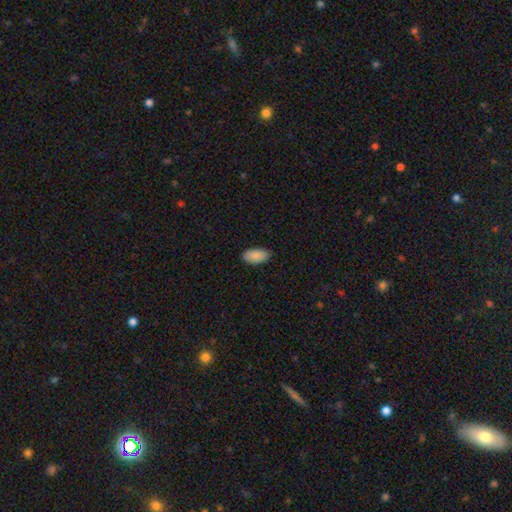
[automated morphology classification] smooth_or_featured: smooth (p=0.90) [alt: star or artifact p=0.06]
how_rounded: in between (p=0.95) [alt: cigar-shaped p=0.03]
merging: none (p=0.88) [alt: minor disturbance p=0.10]